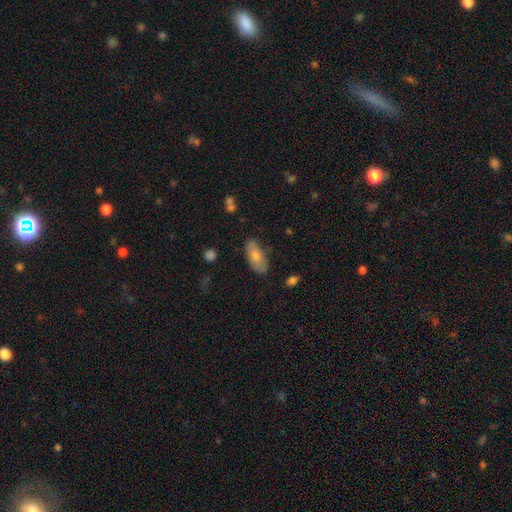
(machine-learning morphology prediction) Smooth or featured?
  - smooth: 72% *
  - featured or disk: 22%
  - star or artifact: 6%
How rounded?
  - in between: 87% *
  - cigar-shaped: 10%
  - round: 3%
Merging?
  - none: 76% *
  - minor disturbance: 19%
  - major disturbance: 4%
  - merger: 2%